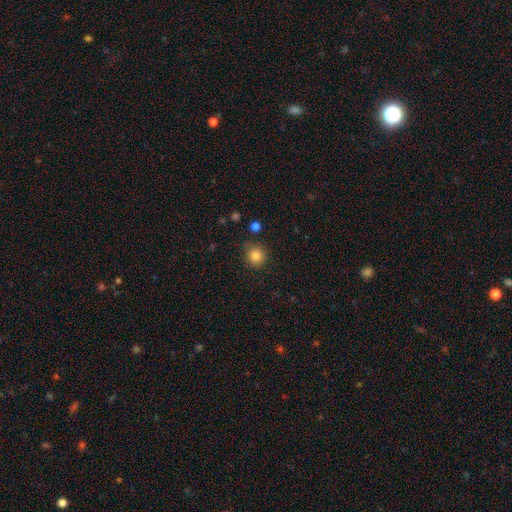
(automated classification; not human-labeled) Morphology: type=smooth (84%); roundness=round (91%); merging=none (82%).